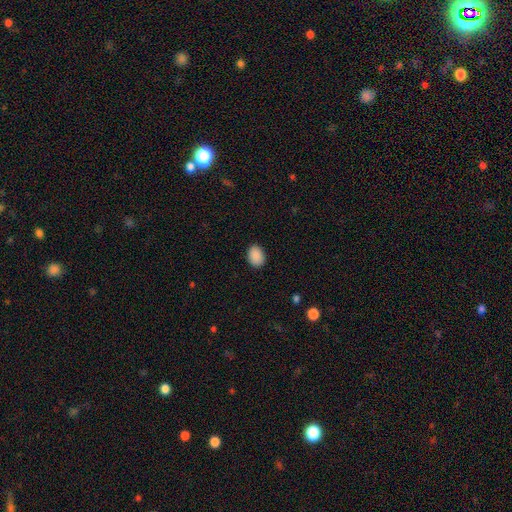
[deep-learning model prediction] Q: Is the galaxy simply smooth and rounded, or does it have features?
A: smooth — 90%.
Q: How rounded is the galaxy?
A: in between — 74%.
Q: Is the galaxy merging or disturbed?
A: none — 88%.